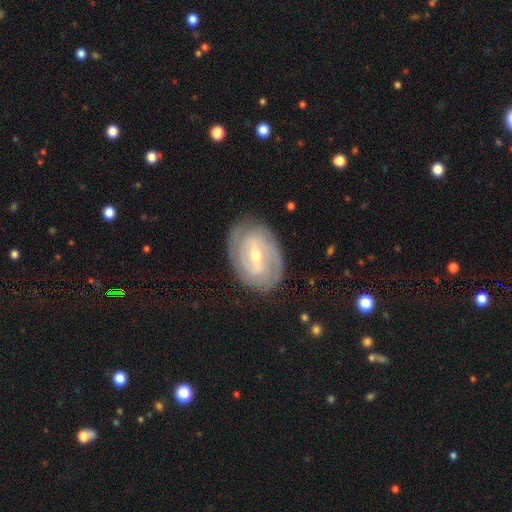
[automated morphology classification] Q: Smooth or featured?
A: featured or disk (84%); runner-up: smooth (11%)
Q: Edge-on disk?
A: no (96%); runner-up: yes (4%)
Q: Bar?
A: weak (50%); runner-up: strong (30%)
Q: Spiral arms?
A: yes (93%); runner-up: no (7%)
Q: Spiral winding?
A: tight (68%); runner-up: medium (26%)
Q: Spiral arm count?
A: 2 (52%); runner-up: can't tell (22%)
Q: Bulge size?
A: moderate (51%); runner-up: small (46%)
Q: Merging?
A: none (81%); runner-up: minor disturbance (14%)